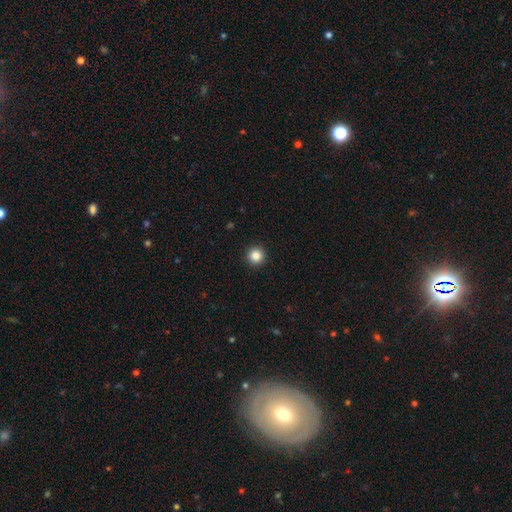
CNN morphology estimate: A smooth galaxy with no disk features (85%) that is round (96%). Merging: none (94%).